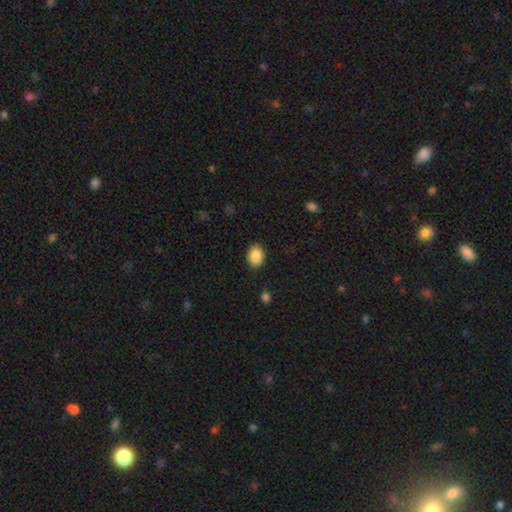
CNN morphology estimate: type=smooth (88%); roundness=in between (67%); merging=none (87%).